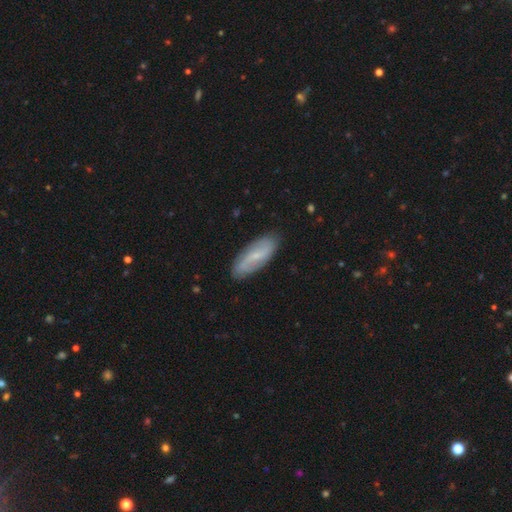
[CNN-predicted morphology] Smooth or featured? featured or disk (58%)
Edge-on disk? no (87%)
Bar? weak (48%)
Spiral arms? yes (81%)
Bulge size? small (76%)
Merging? none (86%)